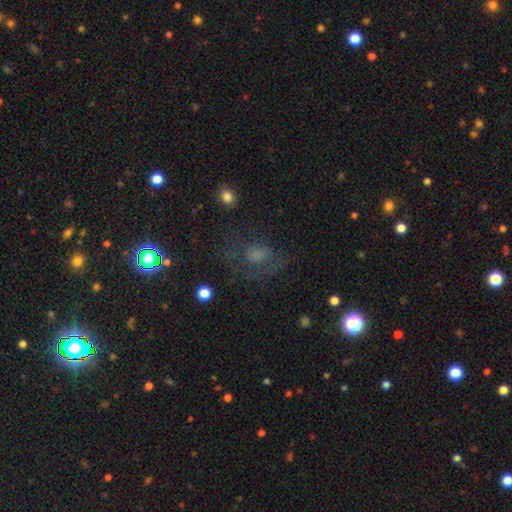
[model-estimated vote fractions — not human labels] Overall: smooth (46%; featured or disk 30%). Merging: none (49%; major disturbance 29%).